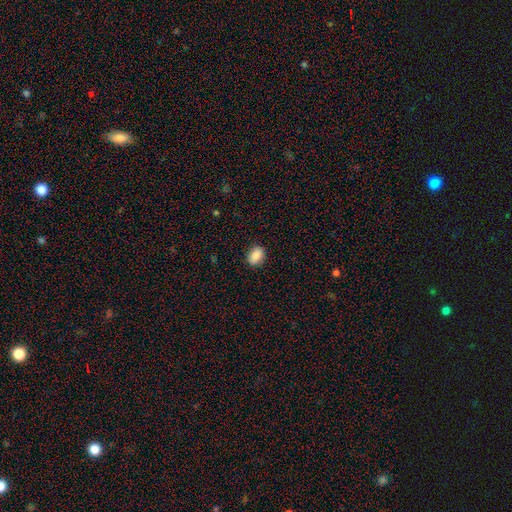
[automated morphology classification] type=smooth (87%); roundness=in between (77%); merging=none (88%).